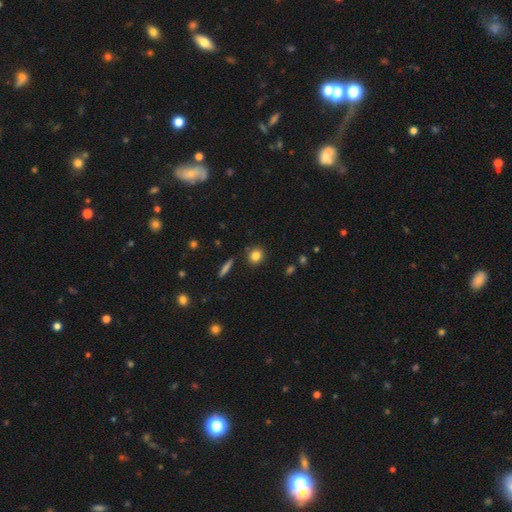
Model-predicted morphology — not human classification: Smooth or featured?
  - smooth: 83% *
  - star or artifact: 10%
  - featured or disk: 7%
How rounded?
  - round: 80% *
  - in between: 18%
  - cigar-shaped: 2%
Merging?
  - none: 87% *
  - minor disturbance: 8%
  - merger: 2%
  - major disturbance: 2%